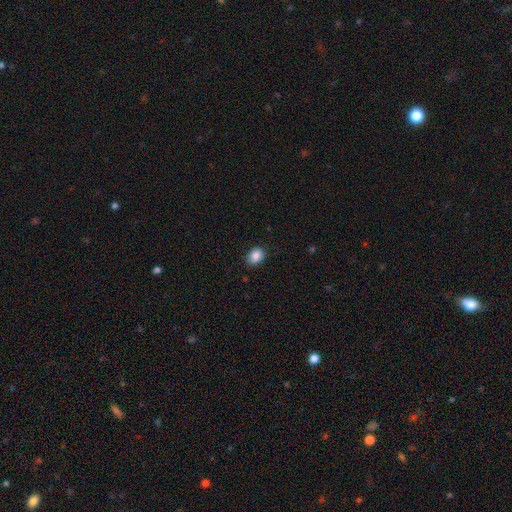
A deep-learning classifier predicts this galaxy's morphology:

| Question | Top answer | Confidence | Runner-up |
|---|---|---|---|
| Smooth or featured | smooth | 87% | star or artifact (8%) |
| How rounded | in between | 56% | round (43%) |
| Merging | none | 84% | minor disturbance (13%) |